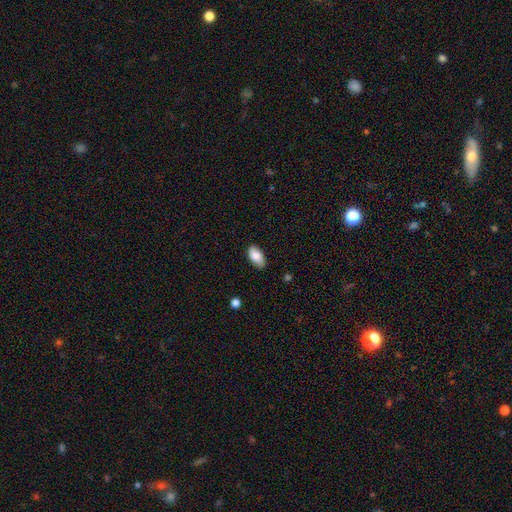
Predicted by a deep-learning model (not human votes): This is clearly a smooth galaxy (83%). How rounded: clearly in between (94%). Merging: clearly none (84%).